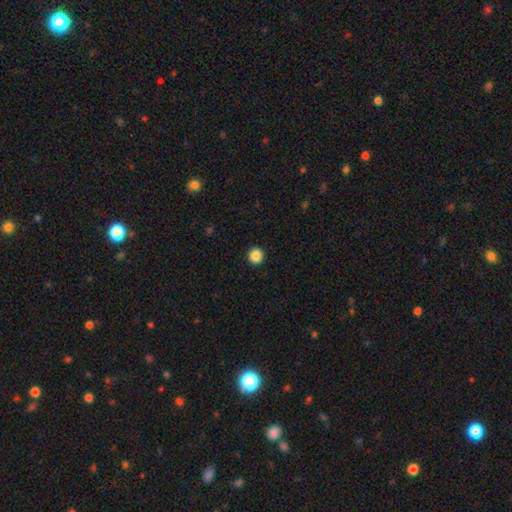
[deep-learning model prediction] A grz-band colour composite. It shows a smooth galaxy with no disk features (87%) that is round (93%). Merging: none (93%).